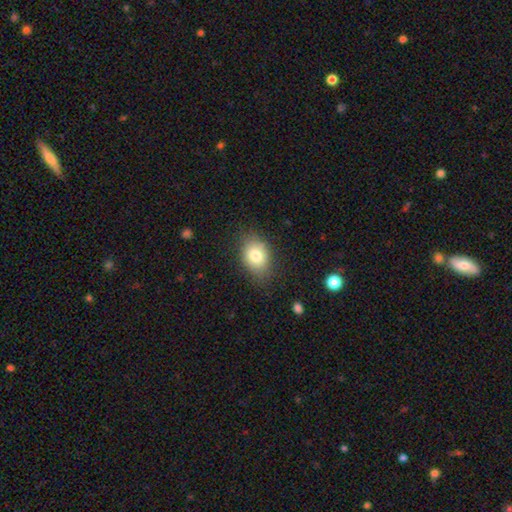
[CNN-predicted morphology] Overall: smooth (79%). How rounded: in between (68%; round 31%). Merging: none (77%).